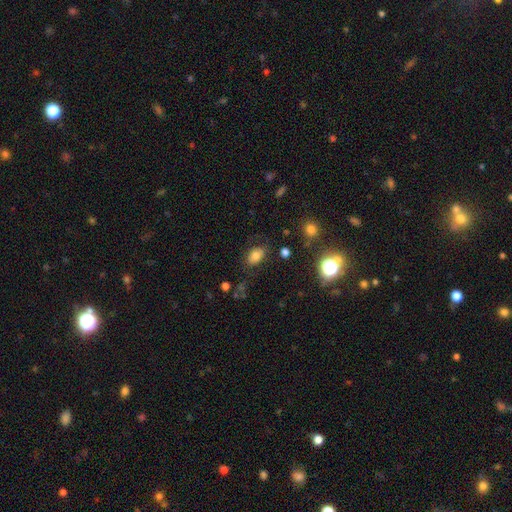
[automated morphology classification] A smooth galaxy with no disk features (75%) that is in between round and cigar-shaped (83%). Merging: none (72%).